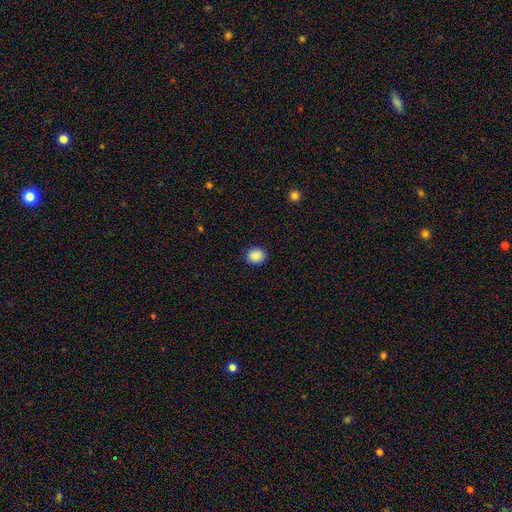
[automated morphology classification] A smooth galaxy with no disk features (89%) that is round (74%). Merging: none (90%).